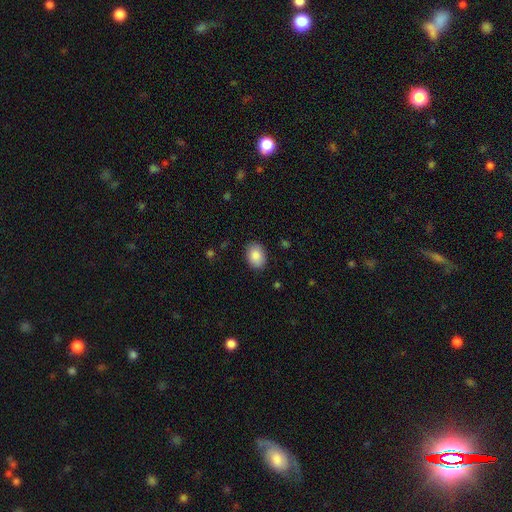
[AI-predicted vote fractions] Overall: smooth (88%). How rounded: in between (78%). Merging: none (86%).